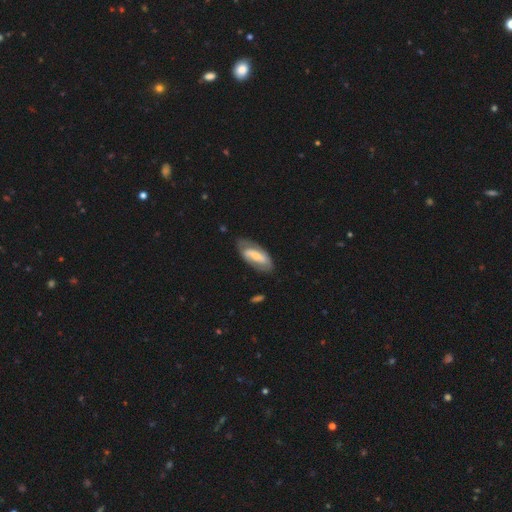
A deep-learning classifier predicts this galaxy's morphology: This is likely a featured or disk galaxy (61%). It is clearly not viewed edge-on (91%). Bar: marginally strong (43%). Spiral arm pattern: likely yes (71%). Central bulge: possibly small (48%). Merging: likely none (67%).